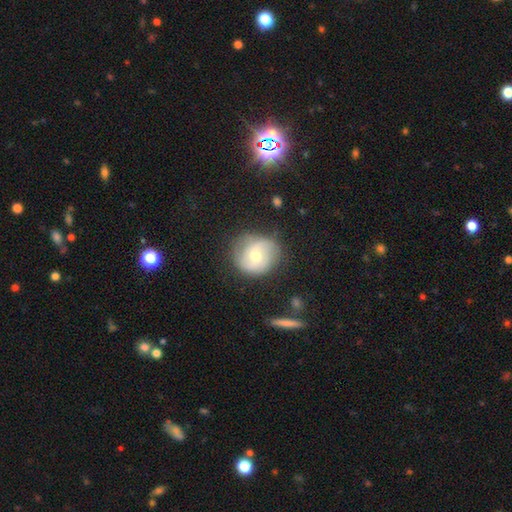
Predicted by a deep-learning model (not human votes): Smooth or featured: featured or disk — 50% (smooth — 43%)
Merging: none — 72% (minor disturbance — 19%)